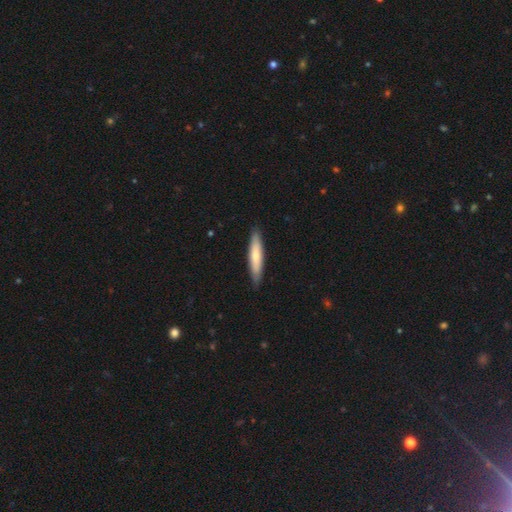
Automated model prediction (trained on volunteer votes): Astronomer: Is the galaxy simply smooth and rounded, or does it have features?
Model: smooth — 69%.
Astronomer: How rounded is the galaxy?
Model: cigar-shaped — 85%.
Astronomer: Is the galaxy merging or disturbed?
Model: none — 89%.